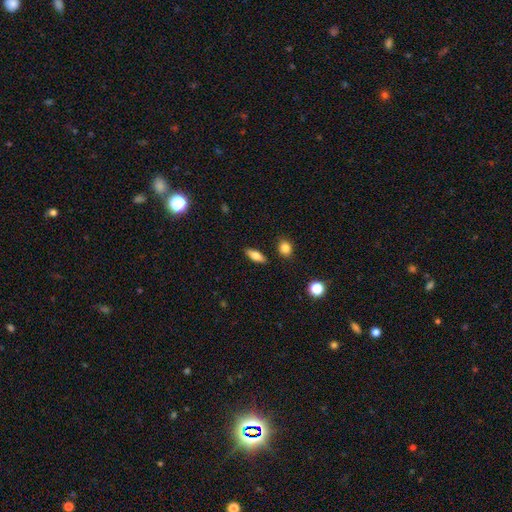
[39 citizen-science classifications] Smooth or featured? smooth (67%)
How rounded? in between (65%)
Merging? none (89%)